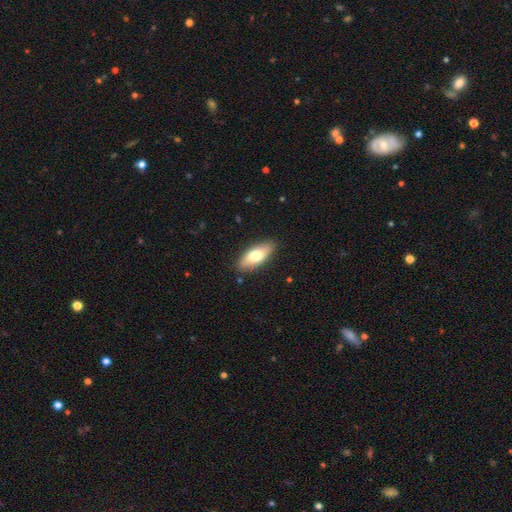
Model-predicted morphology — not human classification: The model was most divided on "smooth or featured": smooth: 70%, featured or disk: 24%, star or artifact: 6%. More confident: merging — none (87%); how rounded — in between (78%).